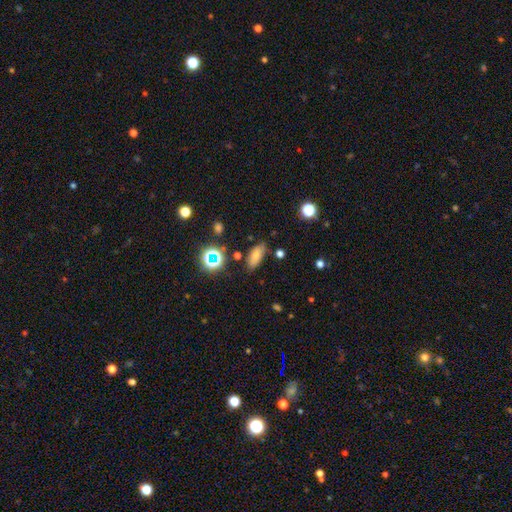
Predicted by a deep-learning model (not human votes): Smooth or featured: smooth — 72% (star or artifact — 15%)
How rounded: in between — 77% (cigar-shaped — 17%)
Merging: none — 78% (minor disturbance — 14%)